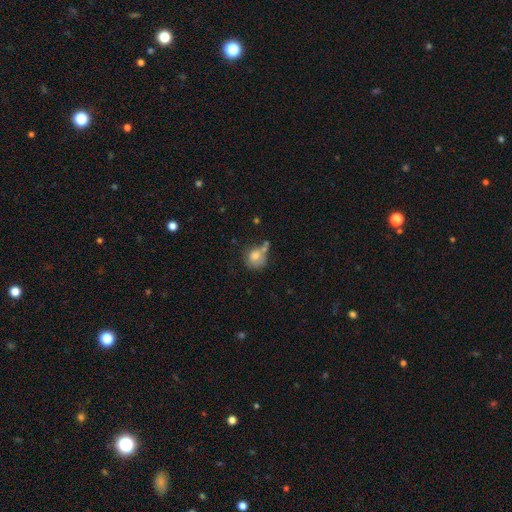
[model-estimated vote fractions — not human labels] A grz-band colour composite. It shows a smooth galaxy with no disk features (73%) that is round (81%). Merging: none (48%).